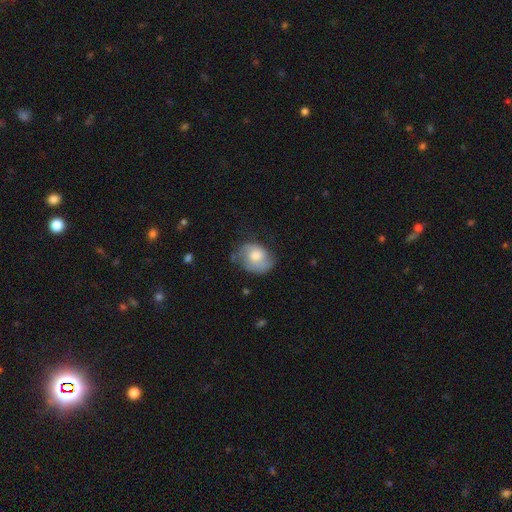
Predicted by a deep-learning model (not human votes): This is possibly a featured or disk galaxy (51%). It is clearly not viewed edge-on (97%). Merging: possibly none (55%).